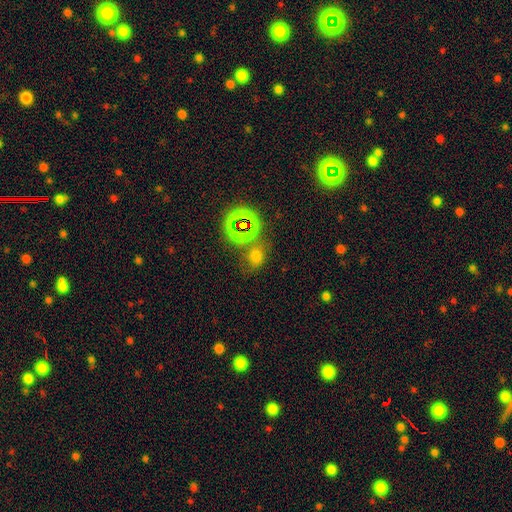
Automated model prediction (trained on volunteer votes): Smooth or featured: smooth — 58% (star or artifact — 33%)
How rounded: round — 50% (in between — 49%)
Merging: none — 62% (merger — 18%)